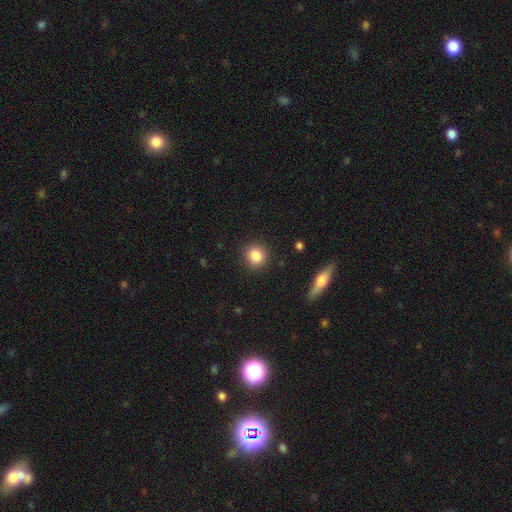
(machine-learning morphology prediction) A smooth galaxy with no disk features (85%) that is round (88%).

Vote fractions:
- Smooth or featured? smooth: 85% / star or artifact: 9% / featured or disk: 5%
- How rounded? round: 88% / in between: 11% / cigar-shaped: 1%
- Merging? none: 90% / minor disturbance: 7% / major disturbance: 2% / merger: 1%